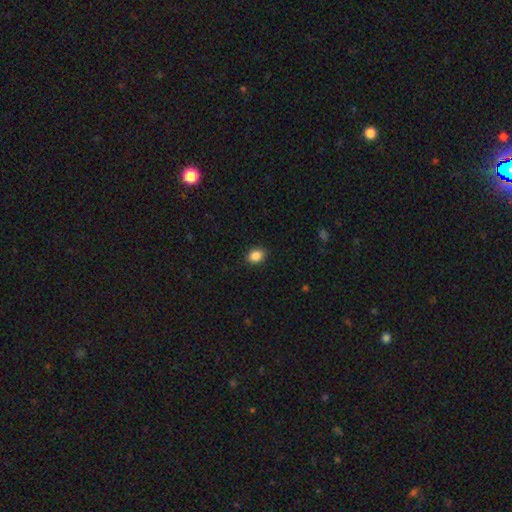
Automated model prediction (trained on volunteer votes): Smooth or featured?
  - smooth: 87% *
  - star or artifact: 9%
  - featured or disk: 3%
How rounded?
  - in between: 61% *
  - round: 38%
  - cigar-shaped: 1%
Merging?
  - none: 89% *
  - minor disturbance: 8%
  - major disturbance: 2%
  - merger: 1%